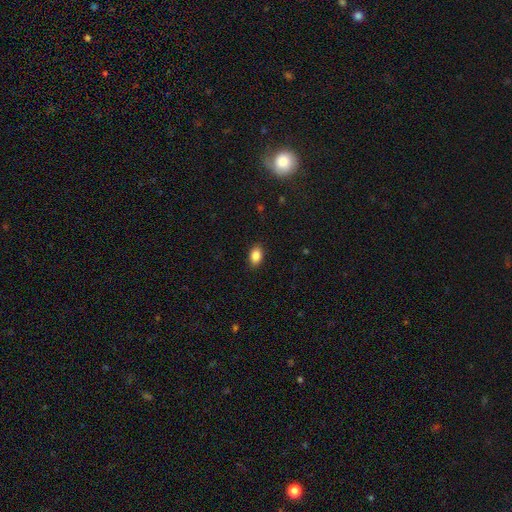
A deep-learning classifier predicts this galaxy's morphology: Smooth or featured? Predicted: smooth (p=0.87). How rounded? Predicted: in between (p=0.86). Merging? Predicted: none (p=0.88).